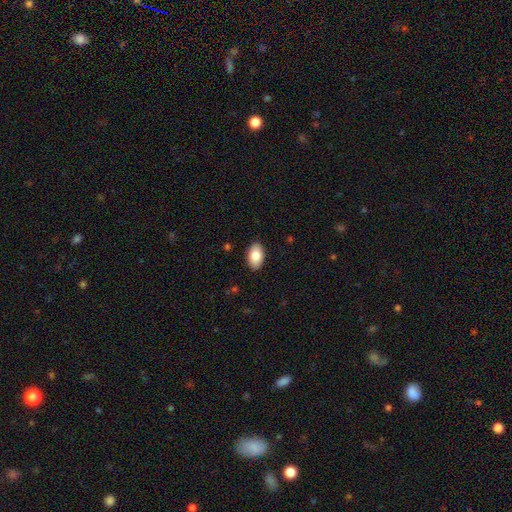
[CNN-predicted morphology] A smooth galaxy with no disk features (86%) that is in between round and cigar-shaped (93%). Merging: none (89%).